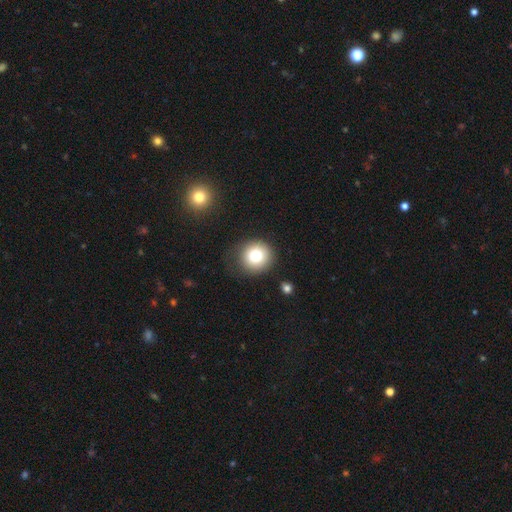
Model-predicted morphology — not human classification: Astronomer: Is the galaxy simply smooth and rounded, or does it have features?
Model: smooth — 78%.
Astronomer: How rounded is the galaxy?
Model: round — 90%.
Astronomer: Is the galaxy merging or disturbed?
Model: none — 82%.